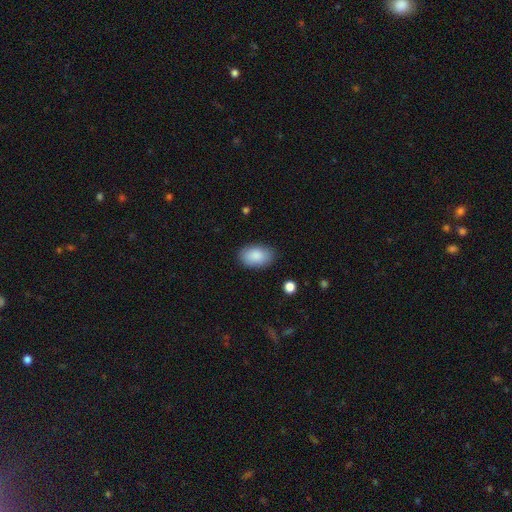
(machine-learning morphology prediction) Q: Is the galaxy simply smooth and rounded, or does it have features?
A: smooth — 87%.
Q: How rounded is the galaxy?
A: in between — 91%.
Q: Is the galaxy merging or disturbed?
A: none — 85%.